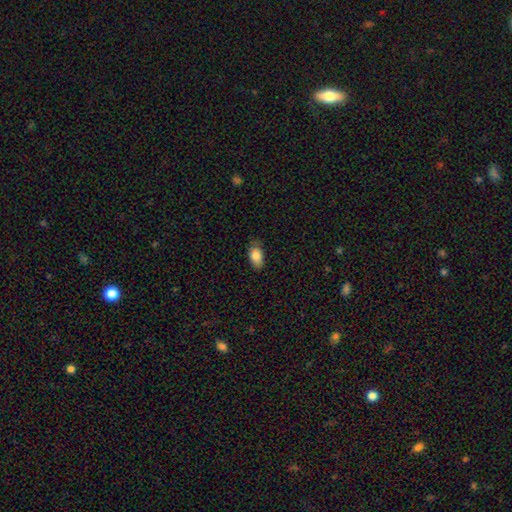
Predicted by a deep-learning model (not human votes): Smooth or featured: smooth — 84% (featured or disk — 8%)
How rounded: in between — 91% (round — 6%)
Merging: none — 75% (minor disturbance — 20%)